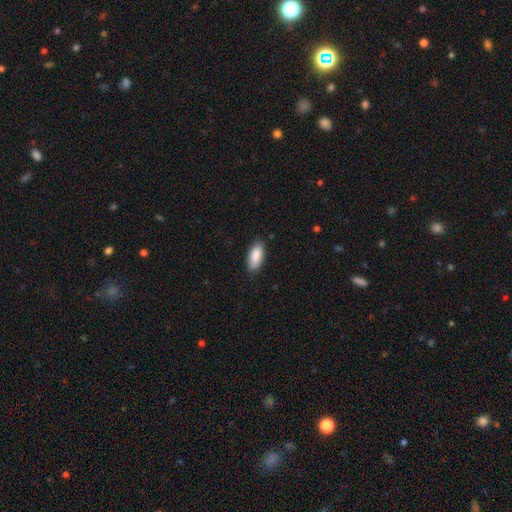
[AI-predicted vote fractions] This is clearly a smooth galaxy (89%). How rounded: clearly in between (88%). Merging: clearly none (86%).